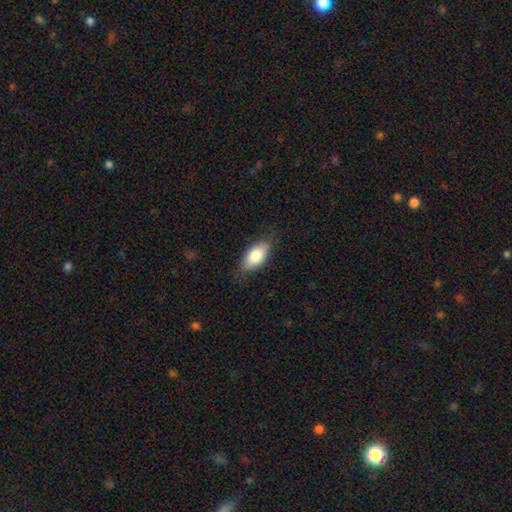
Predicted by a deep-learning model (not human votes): smooth_or_featured: smooth (p=0.81) [alt: featured or disk p=0.13]
how_rounded: in between (p=0.89) [alt: cigar-shaped p=0.08]
merging: none (p=0.80) [alt: minor disturbance p=0.15]